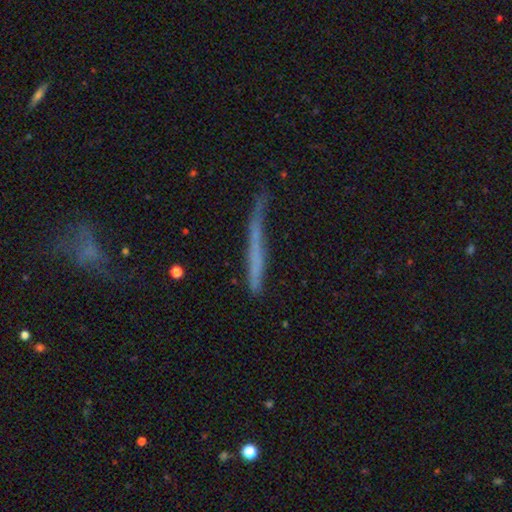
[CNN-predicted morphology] This is possibly a smooth galaxy (50%). Merging: possibly none (60%).